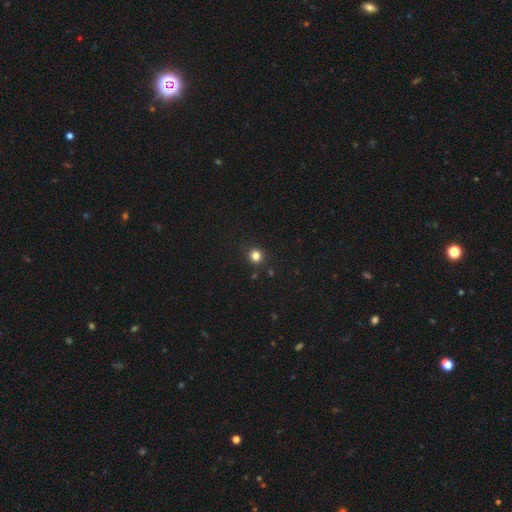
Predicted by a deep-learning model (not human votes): This appears to be a smooth galaxy with no disk features (81%) that is round (92%). Merging: none (90%).